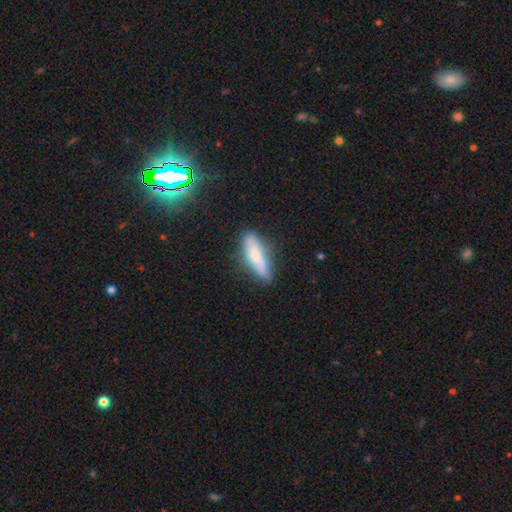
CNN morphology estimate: smooth-or-featured: smooth: 67% | featured or disk: 25% | star or artifact: 7%
  how-rounded: cigar-shaped: 59% | in between: 38% | round: 2%
  merging: none: 72% | minor disturbance: 21% | major disturbance: 5% | merger: 2%